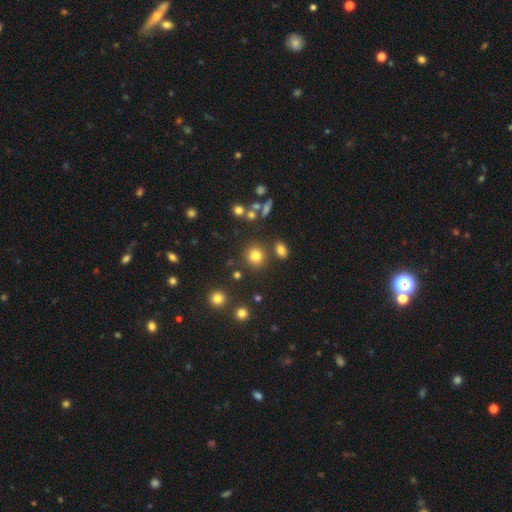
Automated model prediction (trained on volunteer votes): A smooth galaxy with no disk features (78%) that is round (88%).

Vote fractions:
- Smooth or featured? smooth: 78% / star or artifact: 15% / featured or disk: 7%
- How rounded? round: 88% / in between: 11% / cigar-shaped: 1%
- Merging? none: 81% / minor disturbance: 8% / merger: 7% / major disturbance: 3%